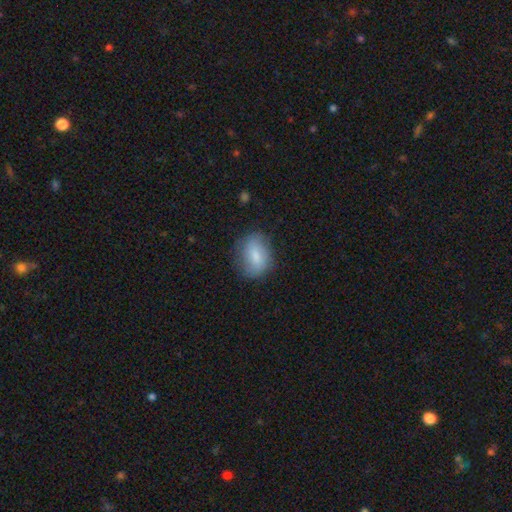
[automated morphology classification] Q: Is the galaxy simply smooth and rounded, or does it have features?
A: smooth — 76%.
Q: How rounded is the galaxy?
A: in between — 72%.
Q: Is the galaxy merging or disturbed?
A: none — 74%.